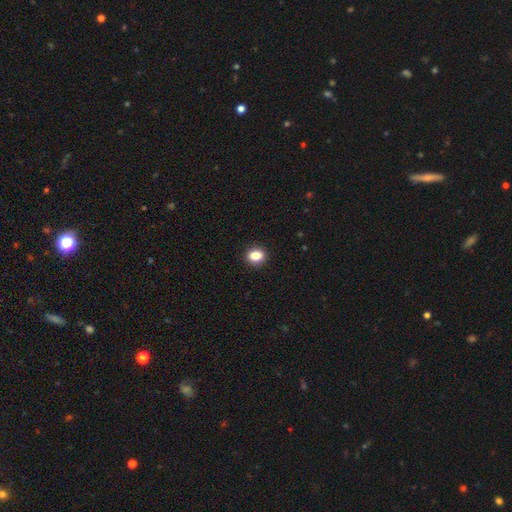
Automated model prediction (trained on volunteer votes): Morphology: type=smooth (84%); roundness=round (59%); merging=none (92%).